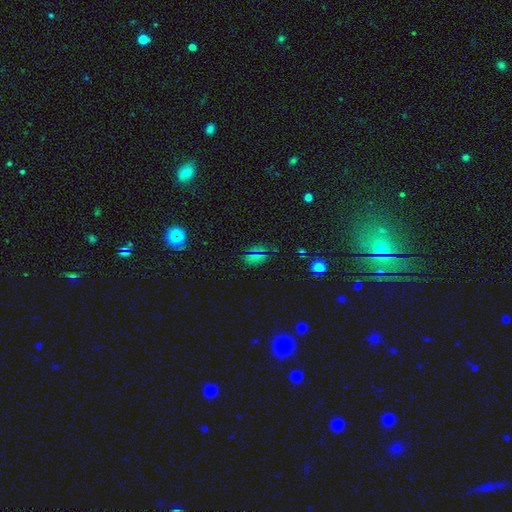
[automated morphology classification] The model was most divided on "smooth or featured": smooth: 52%, star or artifact: 37%, featured or disk: 11%. More confident: merging — none (78%); how rounded — in between (68%).